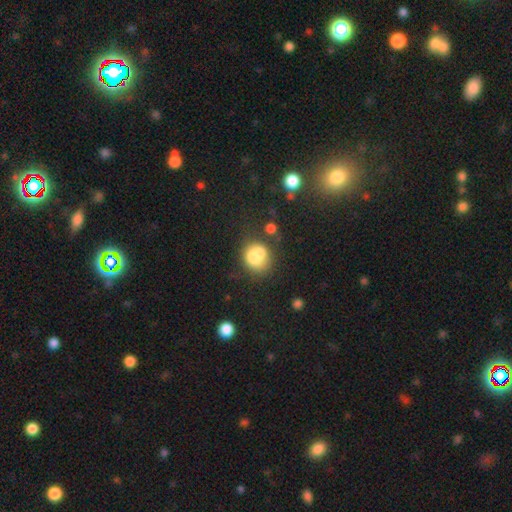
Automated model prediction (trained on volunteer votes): Smooth or featured: smooth — 71% (featured or disk — 18%)
How rounded: round — 67% (in between — 32%)
Merging: merger — 37% (none — 36%)